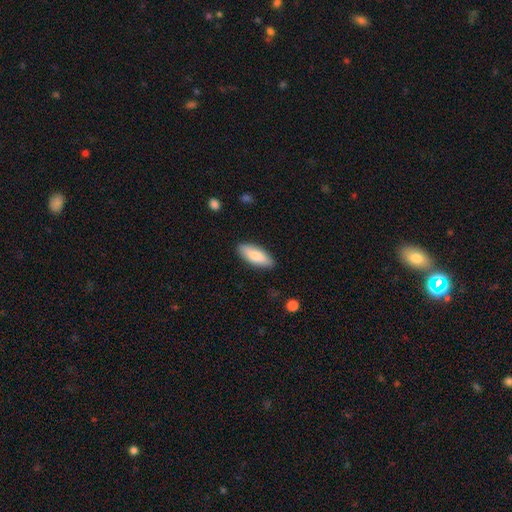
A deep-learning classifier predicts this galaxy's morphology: smooth_or_featured: smooth (p=0.81) [alt: featured or disk p=0.14]
how_rounded: in between (p=0.72) [alt: cigar-shaped p=0.26]
merging: none (p=0.87) [alt: minor disturbance p=0.10]